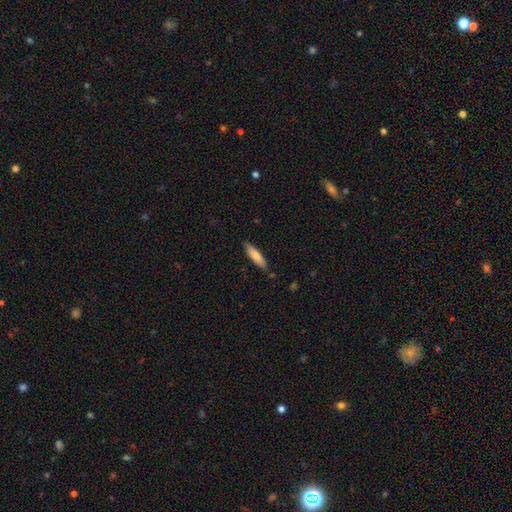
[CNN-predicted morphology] A smooth galaxy with no disk features (78%) that is cigar-shaped (70%).

Vote fractions:
- Smooth or featured? smooth: 78% / featured or disk: 17% / star or artifact: 5%
- How rounded? cigar-shaped: 70% / in between: 29% / round: 1%
- Merging? none: 86% / minor disturbance: 10% / merger: 2% / major disturbance: 2%